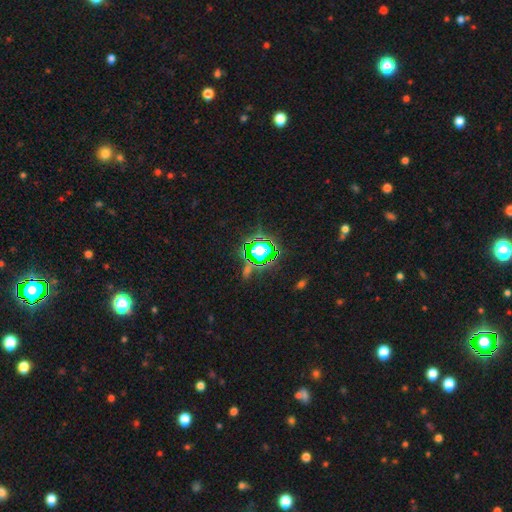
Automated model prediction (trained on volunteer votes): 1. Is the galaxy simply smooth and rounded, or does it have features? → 80% star or artifact, 12% smooth, 8% featured or disk.